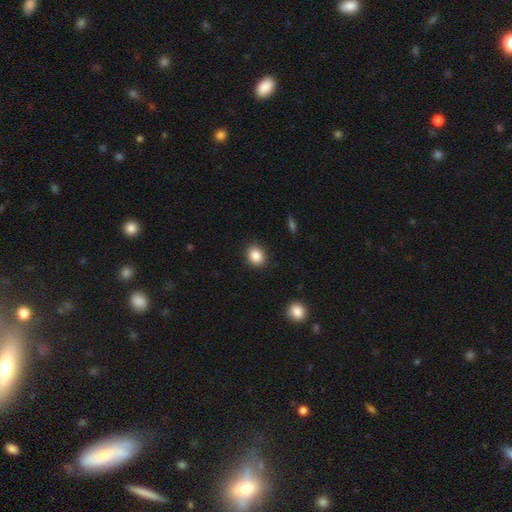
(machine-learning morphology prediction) The model was most divided on "how rounded": round: 54%, in between: 45%, cigar-shaped: 1%. More confident: merging — none (89%); smooth or featured — smooth (86%).